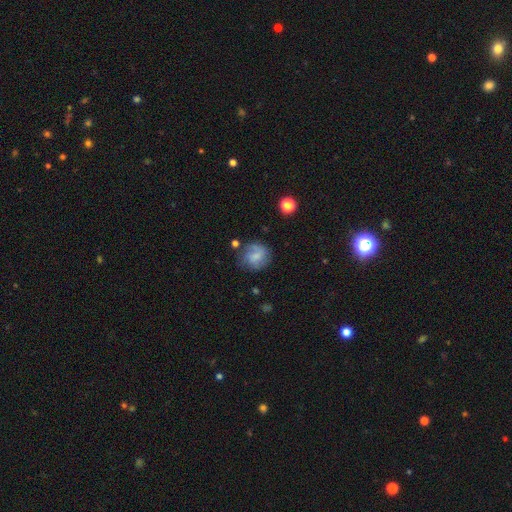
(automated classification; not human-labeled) This is possibly a smooth galaxy (60%). How rounded: likely round (79%). Merging: likely none (61%).